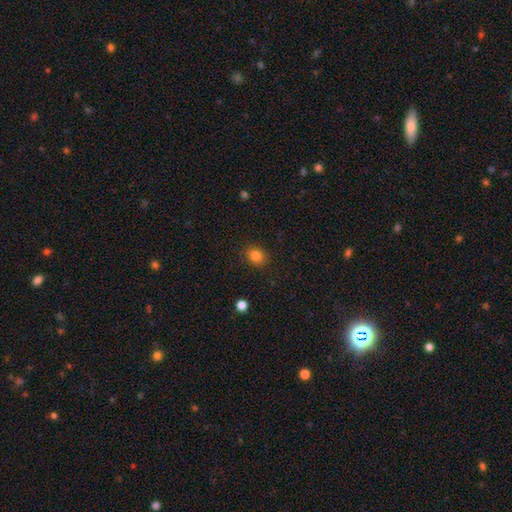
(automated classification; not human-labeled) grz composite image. It shows a smooth galaxy with no disk features (83%) that is round (68%). Merging: none (87%).